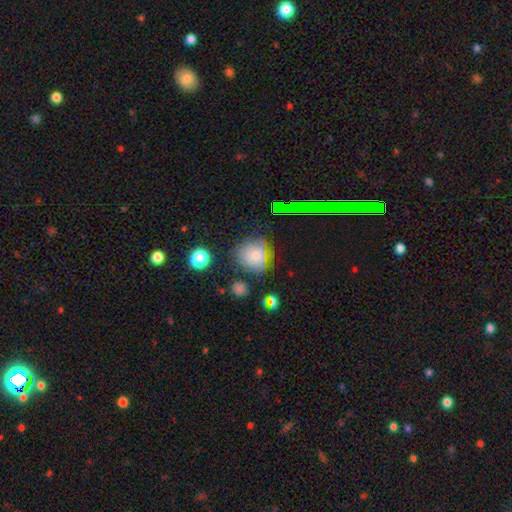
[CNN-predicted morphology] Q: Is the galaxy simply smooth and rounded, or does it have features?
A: smooth — 58%.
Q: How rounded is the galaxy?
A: round — 86%.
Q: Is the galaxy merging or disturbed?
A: none — 73%.